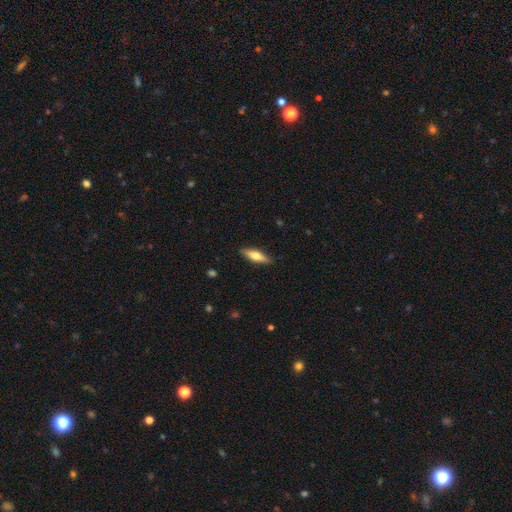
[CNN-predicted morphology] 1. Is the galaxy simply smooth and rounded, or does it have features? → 60% smooth, 34% featured or disk, 6% star or artifact.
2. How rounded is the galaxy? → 60% cigar-shaped, 38% in between, 2% round.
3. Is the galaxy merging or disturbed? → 87% none, 10% minor disturbance, 2% major disturbance, 1% merger.